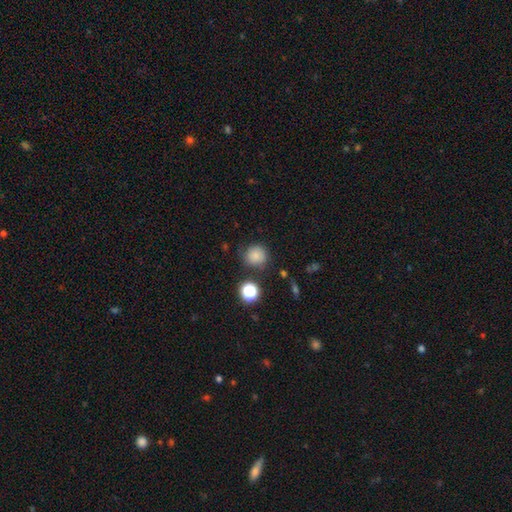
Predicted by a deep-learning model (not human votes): smooth 80%, star or artifact 14%, featured or disk 7%. Down the decision tree: how rounded — round (91%); merging — none (77%).